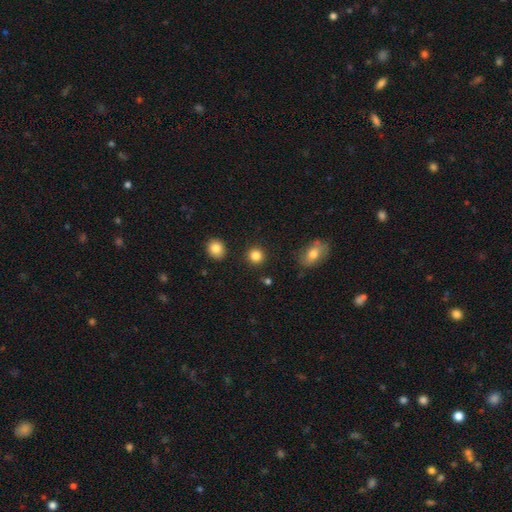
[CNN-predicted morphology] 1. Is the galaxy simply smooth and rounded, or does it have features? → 86% smooth, 10% star or artifact, 4% featured or disk.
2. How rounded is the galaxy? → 91% round, 8% in between, 1% cigar-shaped.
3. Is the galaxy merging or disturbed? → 91% none, 5% minor disturbance, 2% major disturbance, 2% merger.